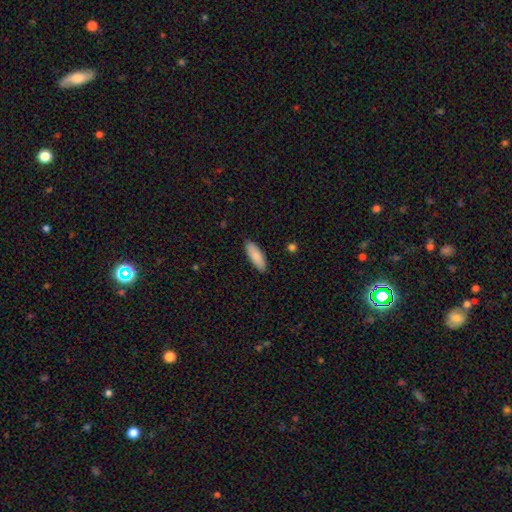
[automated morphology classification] smooth-or-featured: smooth: 86% | featured or disk: 8% | star or artifact: 6%
  how-rounded: in between: 64% | cigar-shaped: 35% | round: 2%
  merging: none: 89% | minor disturbance: 9% | major disturbance: 2% | merger: 1%